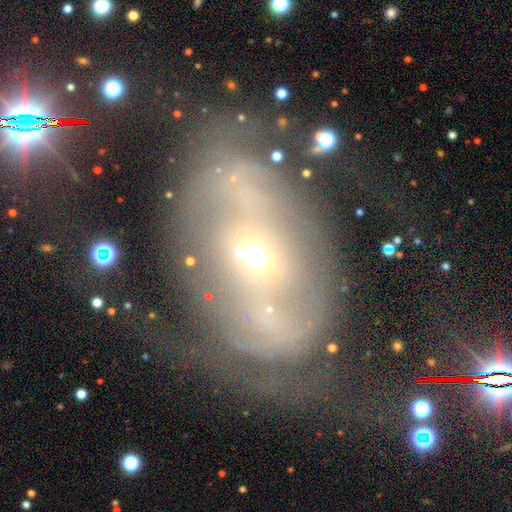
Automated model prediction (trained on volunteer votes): A featured or disk galaxy (77%) with no bar (42%), 2 (43%) tight (44%) spiral arms (75%) and a small central bulge (50%).

Vote fractions:
- Smooth or featured? featured or disk: 77% / smooth: 12% / star or artifact: 10%
- Edge-on disk? no: 92% / yes: 8%
- Bar? no: 42% / weak: 34% / strong: 25%
- Spiral arms? yes: 75% / no: 25%
- Spiral winding? tight: 44% / medium: 35% / loose: 21%
- Spiral arm count? 2: 43% / can't tell: 38% / 3: 6% / 1: 5% / 4: 4% / more than 4: 4%
- Bulge size? small: 50% / moderate: 44% / large: 4% / dominant: 1% / none: 1%
- Merging? none: 55% / major disturbance: 21% / minor disturbance: 19% / merger: 4%